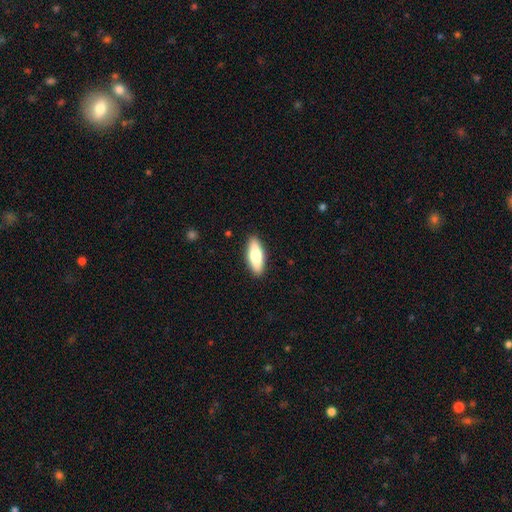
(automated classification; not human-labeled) Smooth or featured: smooth — 65% (featured or disk — 30%)
How rounded: in between — 57% (cigar-shaped — 41%)
Merging: none — 90% (minor disturbance — 7%)